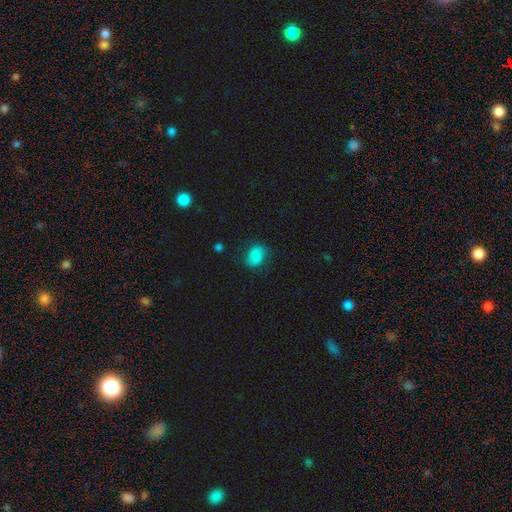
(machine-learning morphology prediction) Overall: smooth (72%). How rounded: in between (58%; round 41%). Merging: none (68%).